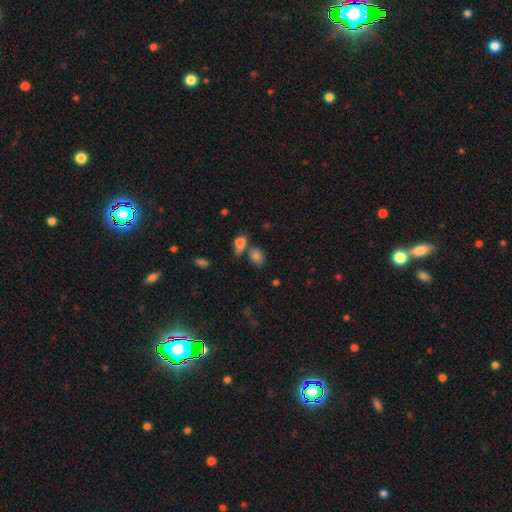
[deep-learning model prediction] smooth 74%, star or artifact 17%, featured or disk 9%. Down the decision tree: how rounded — in between (73%); merging — none (57%).